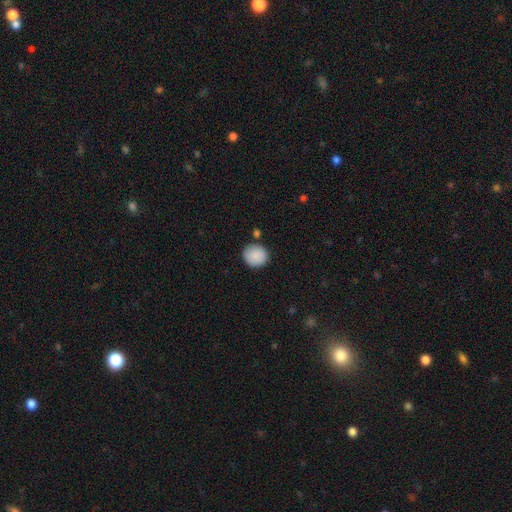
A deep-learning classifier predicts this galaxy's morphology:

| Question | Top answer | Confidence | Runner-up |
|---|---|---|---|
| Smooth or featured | smooth | 89% | star or artifact (7%) |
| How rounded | round | 89% | in between (10%) |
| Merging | none | 84% | minor disturbance (9%) |